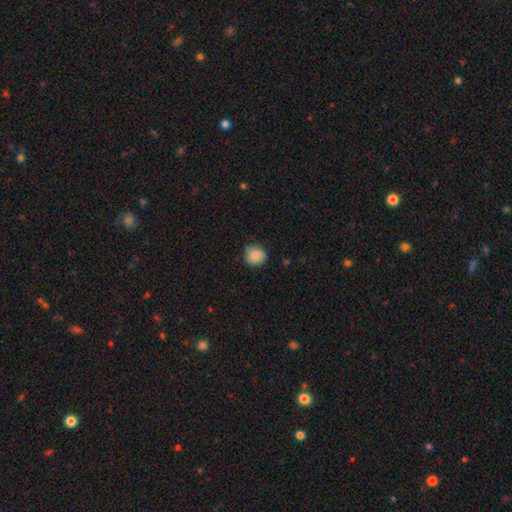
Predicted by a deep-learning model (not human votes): Q: Smooth or featured?
A: smooth (85%); runner-up: star or artifact (8%)
Q: How rounded?
A: round (90%); runner-up: in between (9%)
Q: Merging?
A: none (82%); runner-up: minor disturbance (15%)